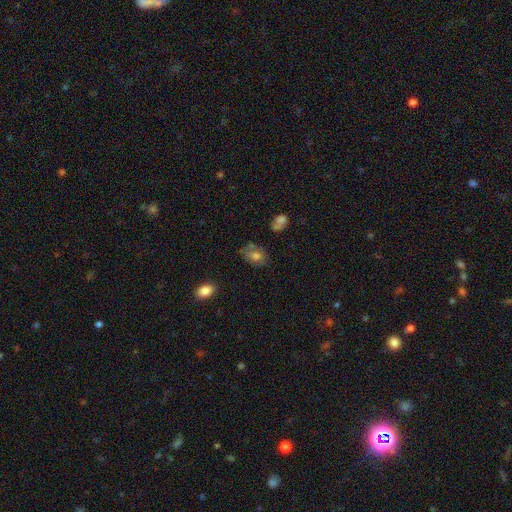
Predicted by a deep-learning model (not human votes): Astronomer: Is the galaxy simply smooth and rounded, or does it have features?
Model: smooth — 66%.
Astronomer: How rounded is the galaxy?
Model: in between — 71%.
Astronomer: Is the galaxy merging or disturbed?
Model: none — 63%.